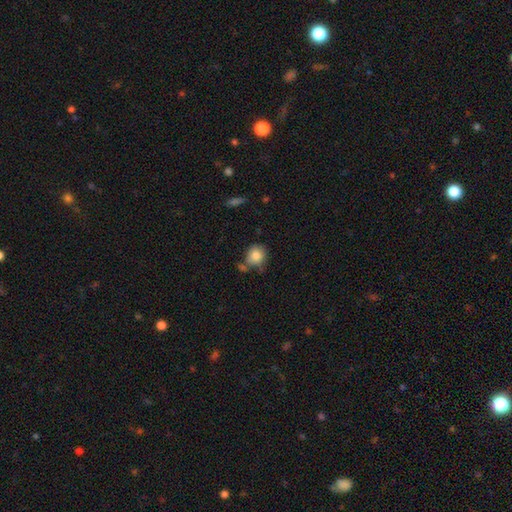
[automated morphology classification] Q: Smooth or featured?
A: smooth (83%); runner-up: star or artifact (9%)
Q: How rounded?
A: round (79%); runner-up: in between (20%)
Q: Merging?
A: none (61%); runner-up: minor disturbance (19%)